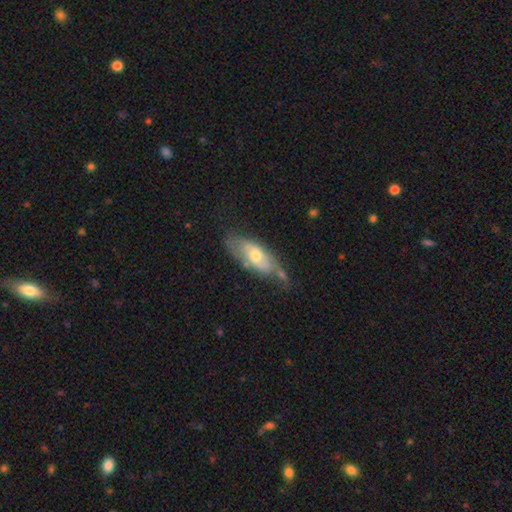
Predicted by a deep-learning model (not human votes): A featured or disk galaxy (55%).

Vote fractions:
- Smooth or featured? featured or disk: 55% / smooth: 38% / star or artifact: 6%
- Edge-on disk? no: 78% / yes: 22%
- Merging? none: 51% / minor disturbance: 30% / major disturbance: 11% / merger: 8%